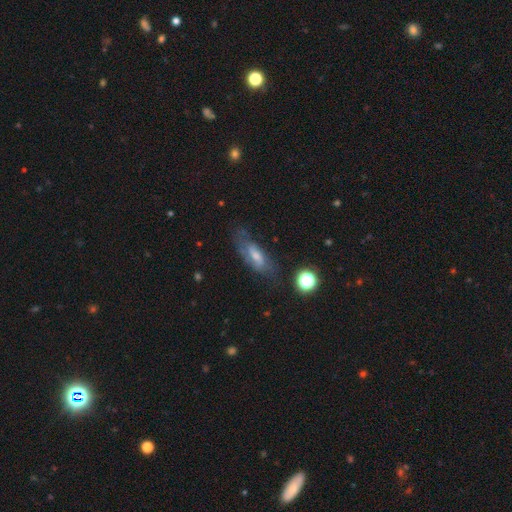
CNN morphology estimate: This appears to be a featured or disk galaxy (53%). Merging: none (64%).